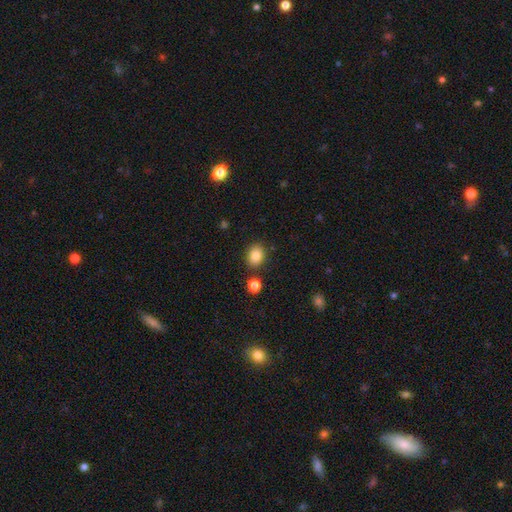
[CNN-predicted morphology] Smooth or featured? smooth (85%)
How rounded? in between (50%)
Merging? none (83%)